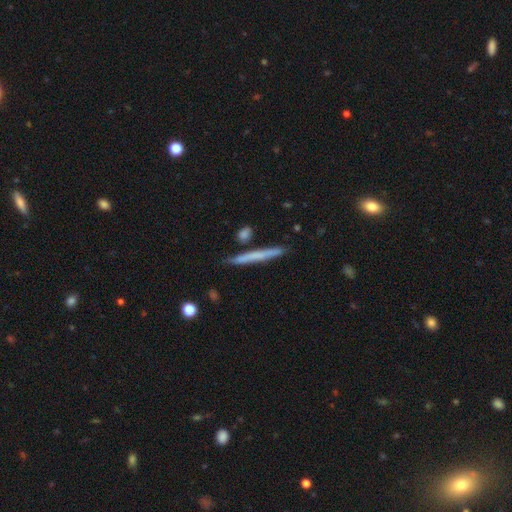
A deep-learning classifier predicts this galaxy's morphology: This appears to be a smooth galaxy with no disk features (55%) that is cigar-shaped (96%). Merging: none (86%).